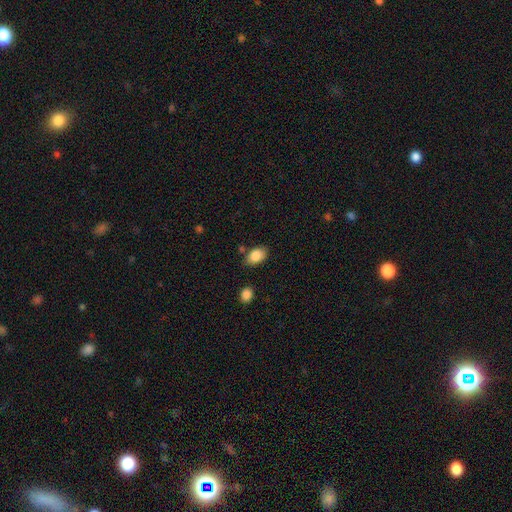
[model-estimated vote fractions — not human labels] smooth 87%, star or artifact 7%, featured or disk 6%. Down the decision tree: how rounded — in between (86%); merging — none (75%).